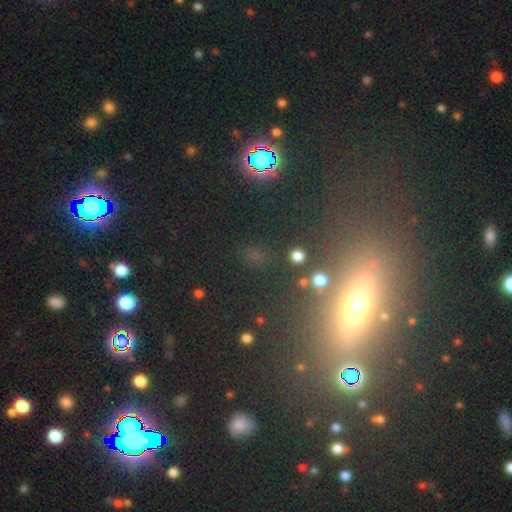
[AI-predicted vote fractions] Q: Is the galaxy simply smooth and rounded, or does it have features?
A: star or artifact — 47%.